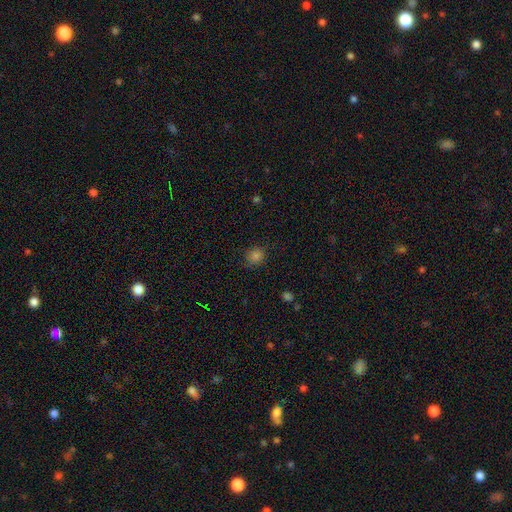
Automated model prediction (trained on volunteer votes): Smooth or featured: smooth — 80% (star or artifact — 15%)
How rounded: round — 79% (in between — 20%)
Merging: none — 82% (minor disturbance — 14%)